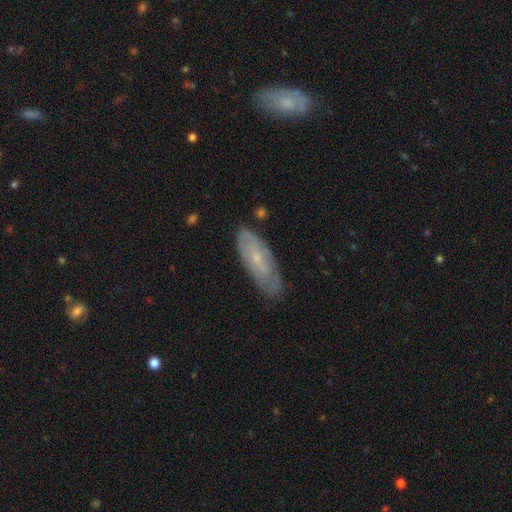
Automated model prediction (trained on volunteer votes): Morphology: type=featured or disk (48%); merging=none (74%).